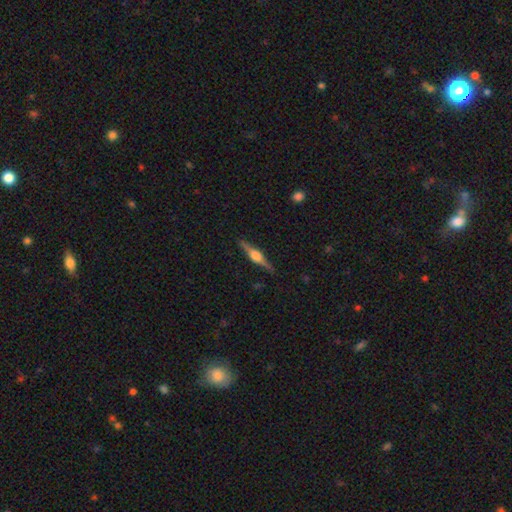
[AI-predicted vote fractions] This appears to be a featured or disk galaxy (80%) viewed edge-on (98%) with a rounded central bulge (92%). Merging: none (90%).